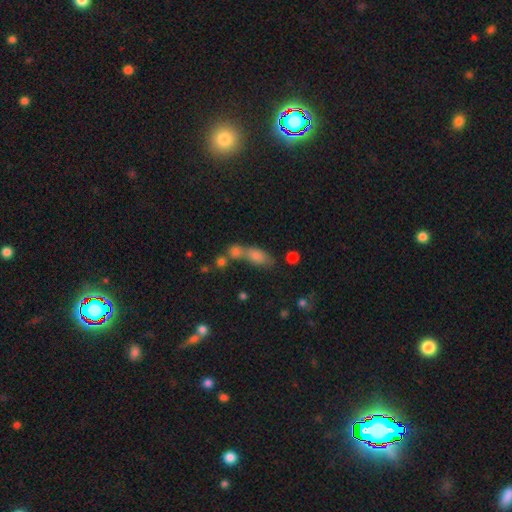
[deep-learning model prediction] This is likely a smooth galaxy (74%). How rounded: likely in between (75%). Merging: possibly merger (50%).